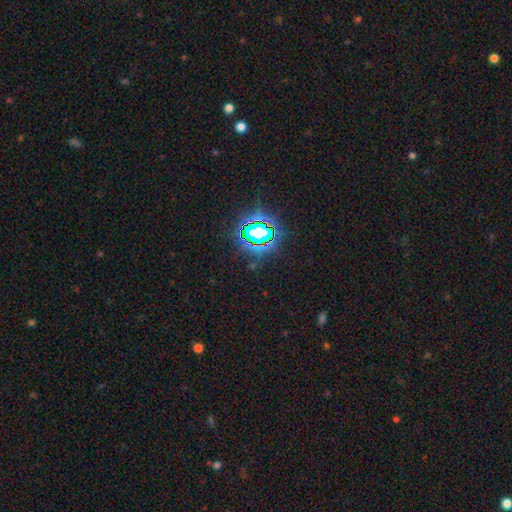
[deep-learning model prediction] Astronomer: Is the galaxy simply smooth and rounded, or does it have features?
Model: star or artifact — 81%.